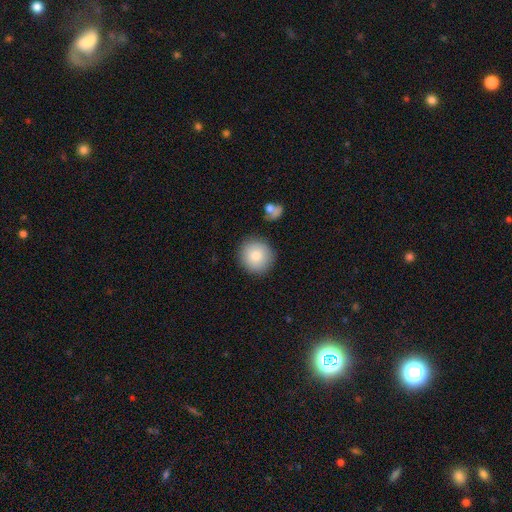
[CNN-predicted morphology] A smooth galaxy with no disk features (80%) that is round (94%).

Vote fractions:
- Smooth or featured? smooth: 80% / featured or disk: 11% / star or artifact: 9%
- How rounded? round: 94% / in between: 5% / cigar-shaped: 1%
- Merging? none: 87% / minor disturbance: 8% / merger: 3% / major disturbance: 2%